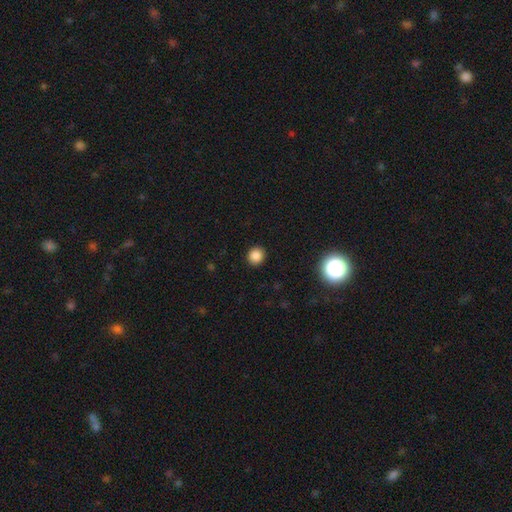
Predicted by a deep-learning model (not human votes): smooth_or_featured: smooth (p=0.84) [alt: star or artifact p=0.12]
how_rounded: round (p=0.90) [alt: in between p=0.09]
merging: none (p=0.92) [alt: minor disturbance p=0.05]